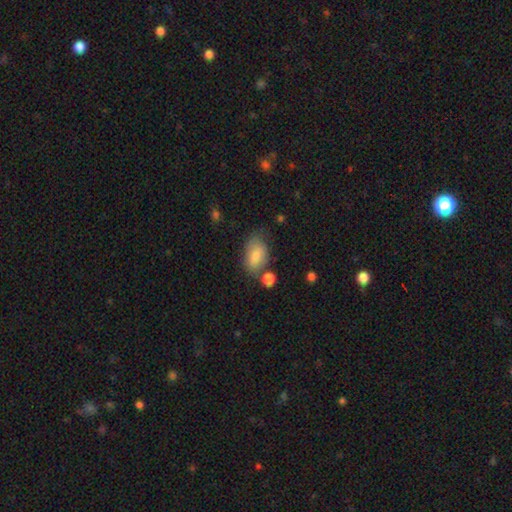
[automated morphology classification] This is likely a smooth galaxy (79%). How rounded: clearly in between (89%). Merging: possibly none (57%).